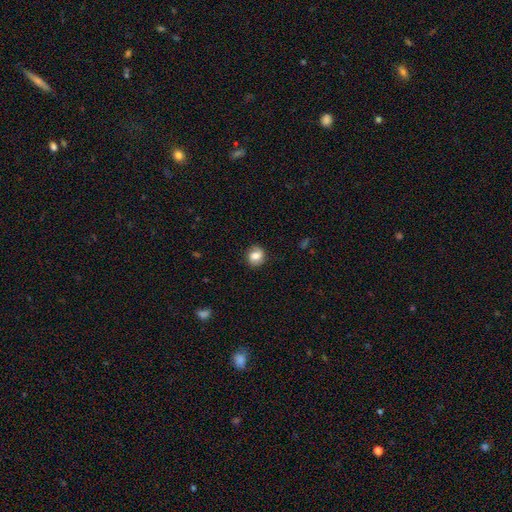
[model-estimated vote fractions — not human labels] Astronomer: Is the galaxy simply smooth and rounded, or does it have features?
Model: smooth — 73%.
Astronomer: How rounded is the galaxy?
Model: round — 78%.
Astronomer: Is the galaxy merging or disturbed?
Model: none — 83%.